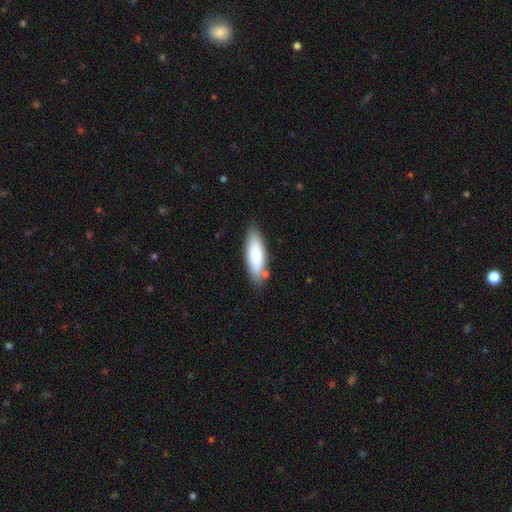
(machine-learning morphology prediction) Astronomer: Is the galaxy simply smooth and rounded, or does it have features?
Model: smooth — 77%.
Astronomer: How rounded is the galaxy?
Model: in between — 60% (runner-up: cigar-shaped, 39%).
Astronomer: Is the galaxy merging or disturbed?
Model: none — 79%.